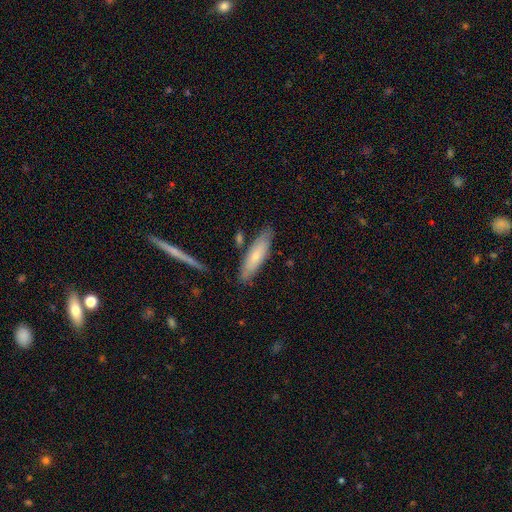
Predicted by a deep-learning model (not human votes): Smooth or featured? smooth (65%)
How rounded? cigar-shaped (66%)
Merging? none (79%)